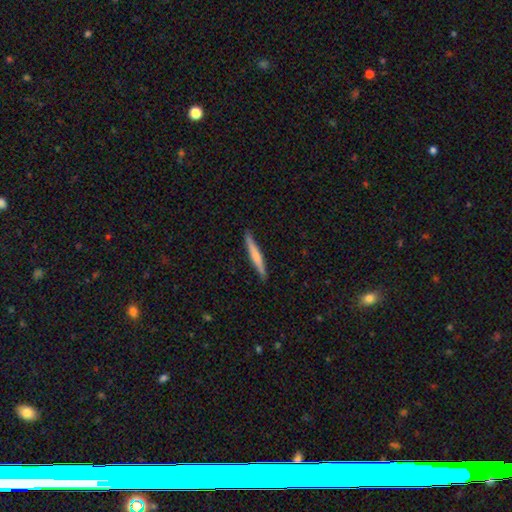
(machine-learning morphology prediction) This is possibly a smooth galaxy (59%). How rounded: clearly cigar-shaped (96%). Merging: clearly none (90%).